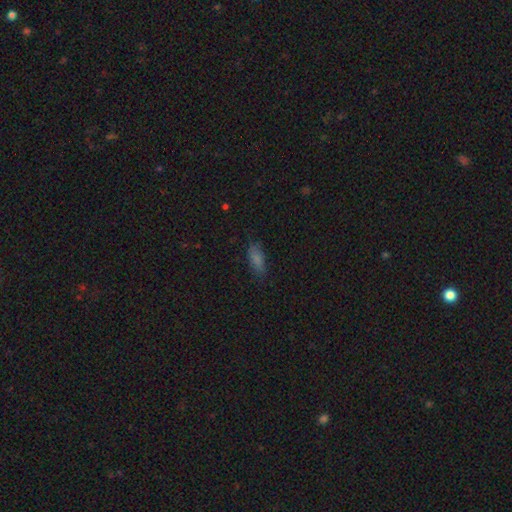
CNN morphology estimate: Overall: smooth (73%). How rounded: in between (66%; cigar-shaped 31%). Merging: none (80%).